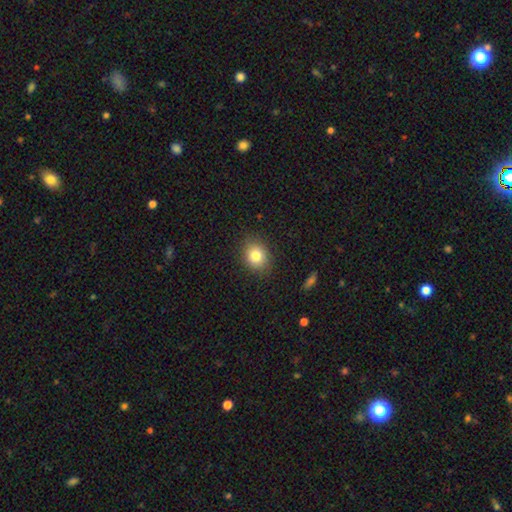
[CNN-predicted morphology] Smooth or featured? Predicted: smooth (p=0.81). How rounded? Predicted: round (p=0.60). Merging? Predicted: none (p=0.86).